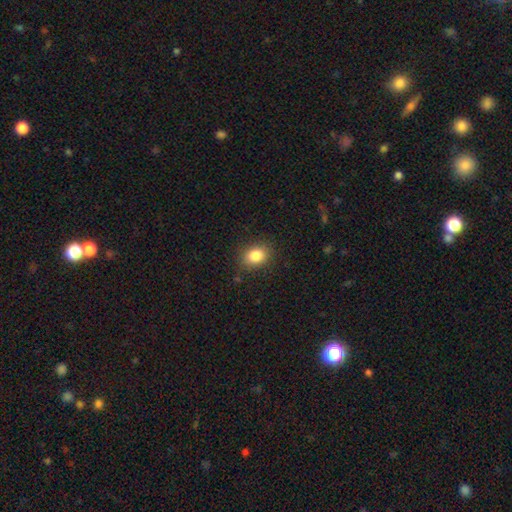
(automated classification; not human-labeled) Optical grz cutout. It shows a smooth galaxy with no disk features (83%) that is in between round and cigar-shaped (58%). Merging: none (85%).